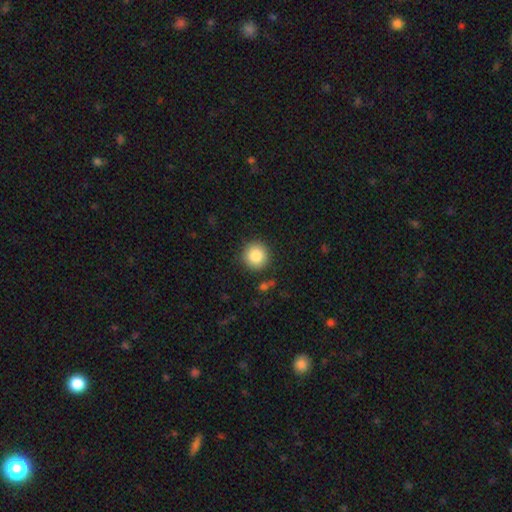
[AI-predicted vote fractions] This appears to be a smooth galaxy with no disk features (85%) that is round (94%). Merging: none (89%).